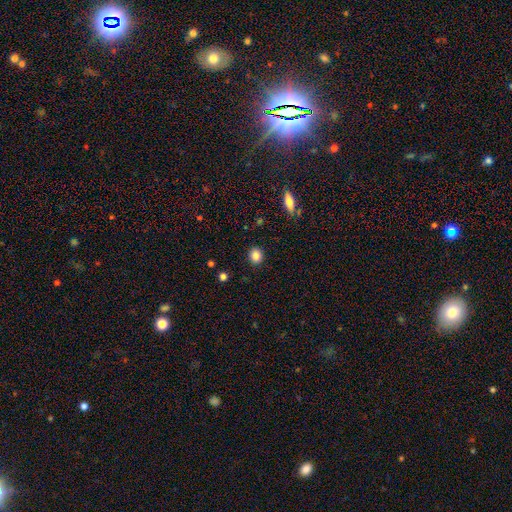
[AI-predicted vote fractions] A smooth galaxy with no disk features (85%) that is round (76%).

Vote fractions:
- Smooth or featured? smooth: 85% / star or artifact: 10% / featured or disk: 5%
- How rounded? round: 76% / in between: 23% / cigar-shaped: 1%
- Merging? none: 91% / minor disturbance: 6% / major disturbance: 2% / merger: 1%